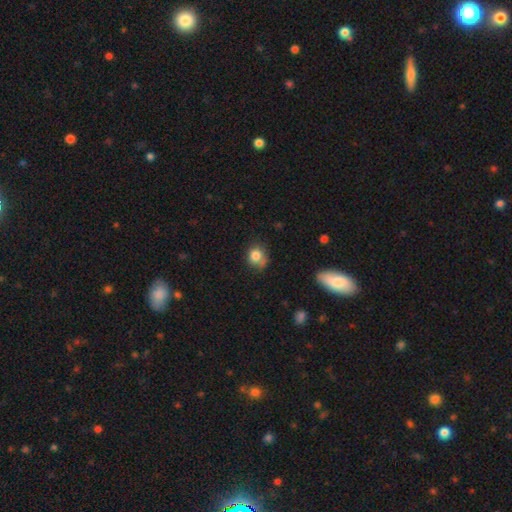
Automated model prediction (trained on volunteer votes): Smooth or featured?
  - smooth: 81% *
  - star or artifact: 10%
  - featured or disk: 8%
How rounded?
  - round: 72% *
  - in between: 27%
  - cigar-shaped: 1%
Merging?
  - none: 57% *
  - minor disturbance: 29%
  - major disturbance: 8%
  - merger: 6%